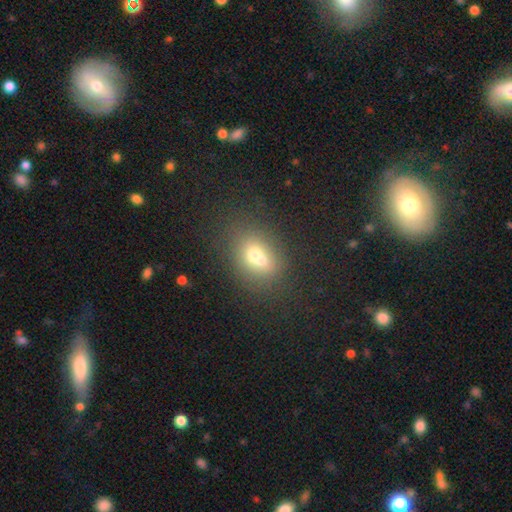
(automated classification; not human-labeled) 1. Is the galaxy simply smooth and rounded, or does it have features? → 63% smooth, 23% featured or disk, 13% star or artifact.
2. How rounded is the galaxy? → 53% in between, 45% round, 2% cigar-shaped.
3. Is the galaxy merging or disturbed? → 49% merger, 37% none, 10% minor disturbance, 5% major disturbance.